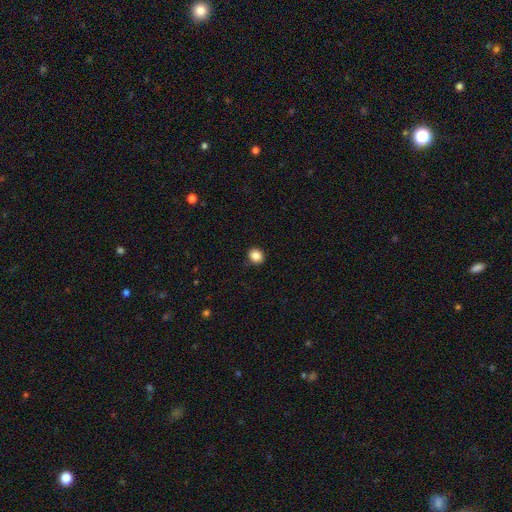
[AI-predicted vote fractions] Q: Smooth or featured?
A: smooth (87%); runner-up: star or artifact (9%)
Q: How rounded?
A: round (77%); runner-up: in between (22%)
Q: Merging?
A: none (90%); runner-up: minor disturbance (7%)